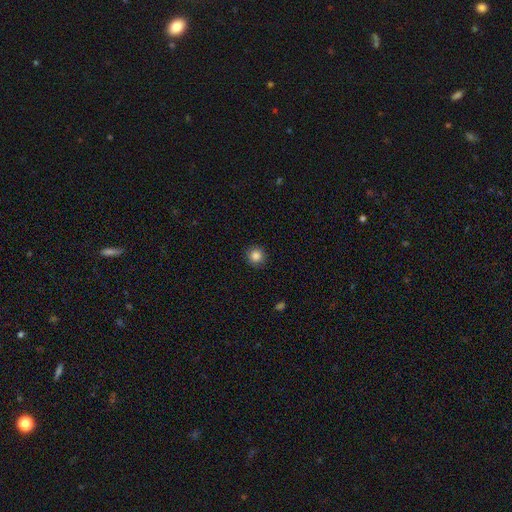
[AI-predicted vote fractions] smooth-or-featured: smooth: 85% | star or artifact: 11% | featured or disk: 4%
  how-rounded: round: 94% | in between: 5% | cigar-shaped: 1%
  merging: none: 91% | minor disturbance: 6% | major disturbance: 2% | merger: 1%